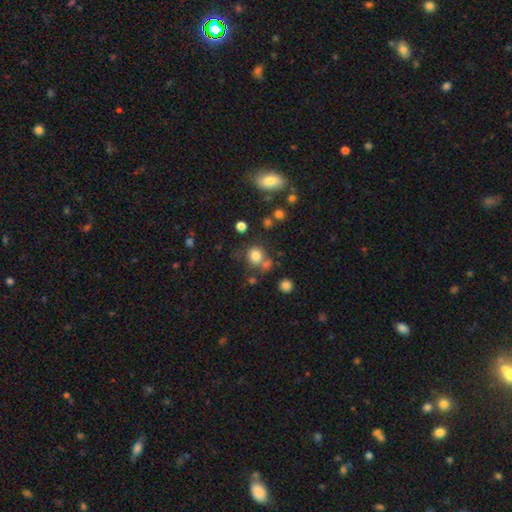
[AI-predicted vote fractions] Smooth or featured? smooth (79%)
How rounded? round (80%)
Merging? none (61%)